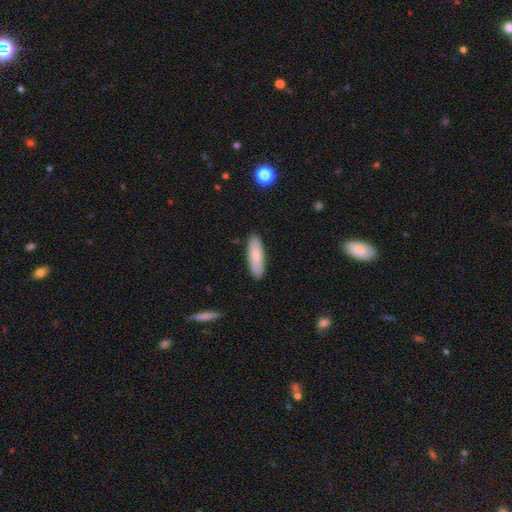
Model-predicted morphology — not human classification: Smooth or featured? smooth (78%)
How rounded? in between (53%)
Merging? none (88%)